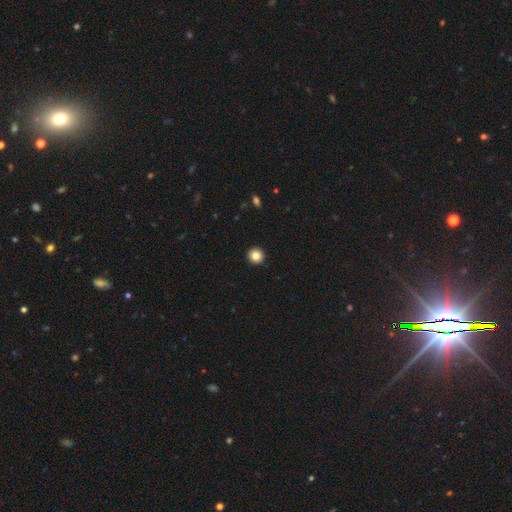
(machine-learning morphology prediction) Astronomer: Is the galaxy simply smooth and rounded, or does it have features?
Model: smooth — 84%.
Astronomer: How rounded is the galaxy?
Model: round — 96%.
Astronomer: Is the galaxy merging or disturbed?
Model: none — 94%.